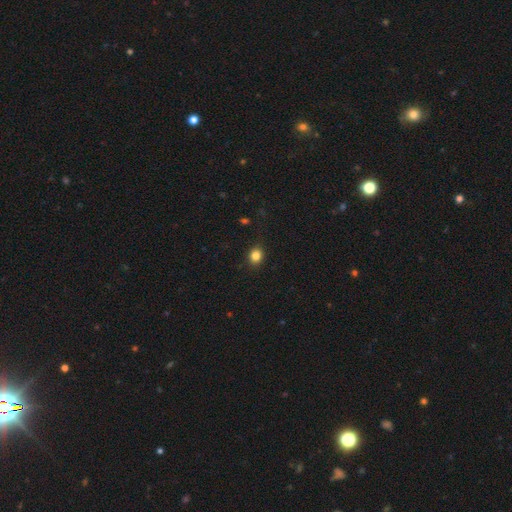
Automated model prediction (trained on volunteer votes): Smooth or featured? smooth (83%)
How rounded? round (71%)
Merging? none (86%)